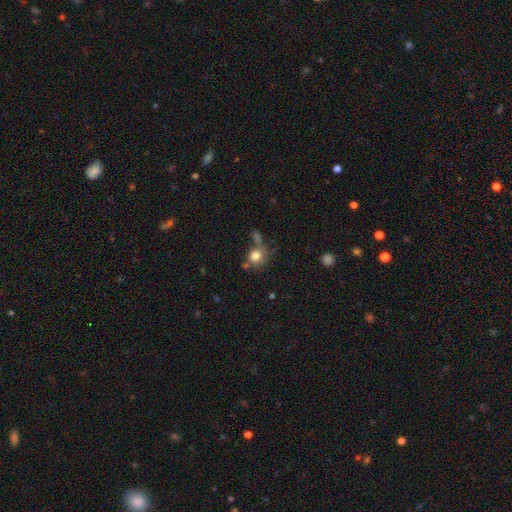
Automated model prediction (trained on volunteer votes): A smooth galaxy with no disk features (80%) that is round (85%). Merging: none (60%).